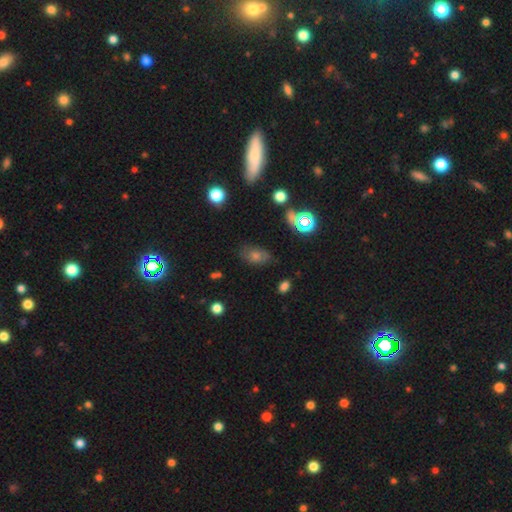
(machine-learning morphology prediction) smooth 54%, star or artifact 26%, featured or disk 20%. Down the decision tree: how rounded — in between (82%); merging — none (72%).